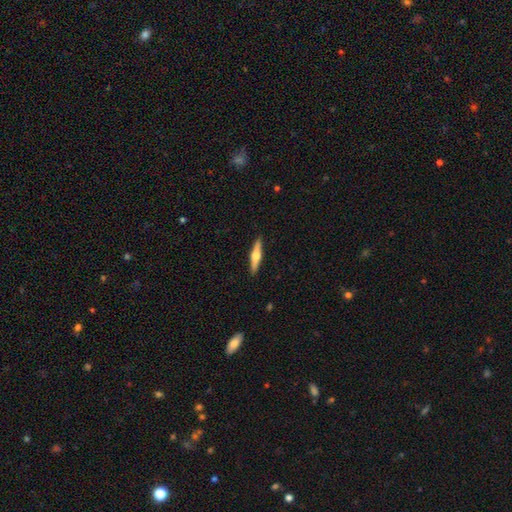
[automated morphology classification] This appears to be a featured or disk galaxy (60%) viewed edge-on (97%) with a rounded central bulge (92%). Merging: none (91%).